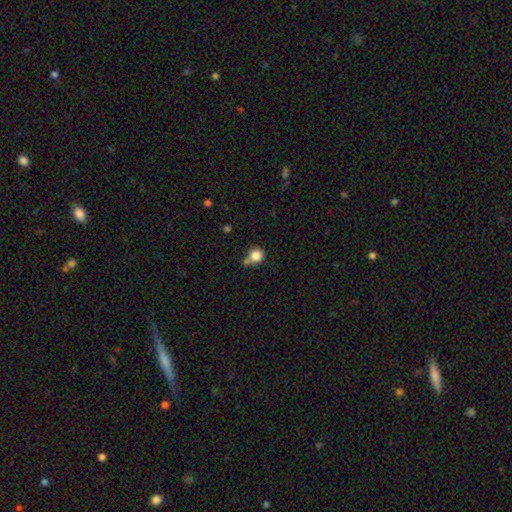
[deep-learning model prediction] Overall: smooth (83%). How rounded: round (82%). Merging: none (51%; merger 22%).